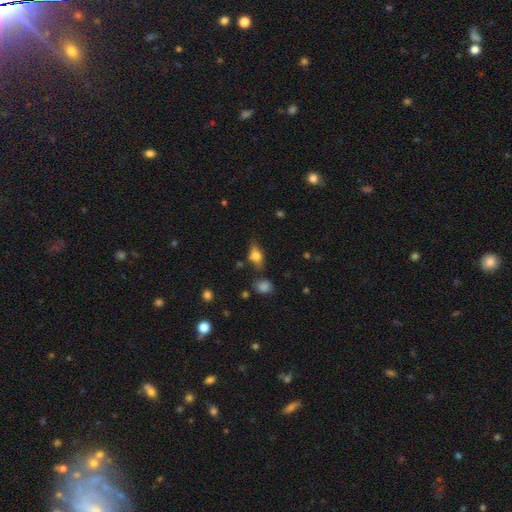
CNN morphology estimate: The model was most divided on "smooth or featured": smooth: 63%, featured or disk: 26%, star or artifact: 11%. More confident: how rounded — in between (74%); merging — none (63%).